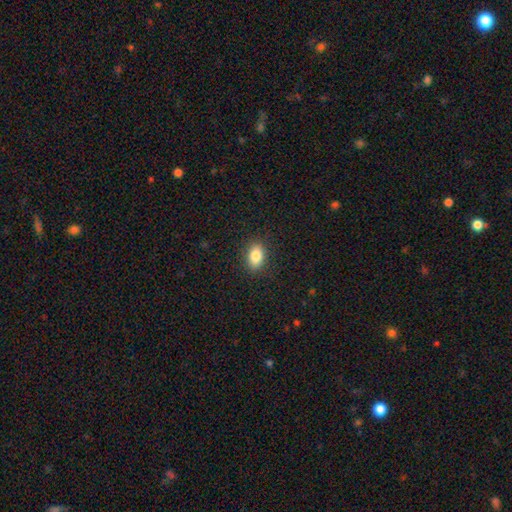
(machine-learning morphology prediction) This is clearly a smooth galaxy (84%). How rounded: clearly in between (85%). Merging: clearly none (88%).